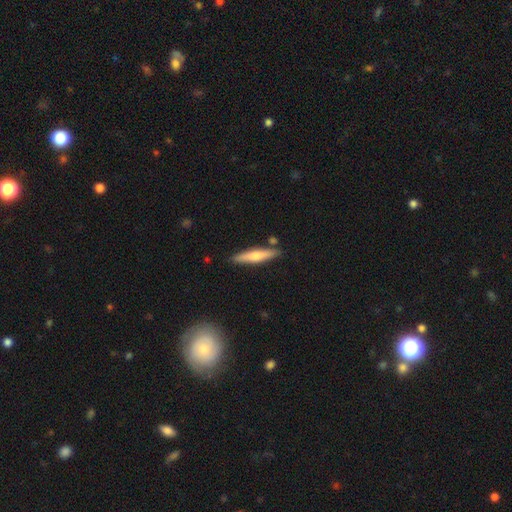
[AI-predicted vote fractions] Morphology: type=smooth (57%); roundness=cigar-shaped (87%); merging=none (84%).